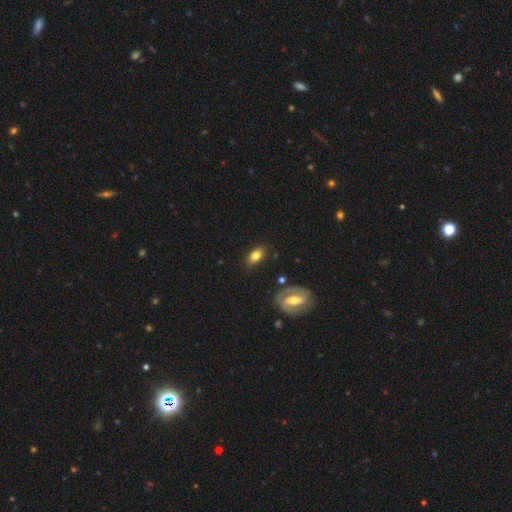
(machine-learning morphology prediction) smooth_or_featured: smooth (p=0.70) [alt: featured or disk p=0.22]
how_rounded: in between (p=0.86) [alt: round p=0.09]
merging: none (p=0.82) [alt: minor disturbance p=0.12]